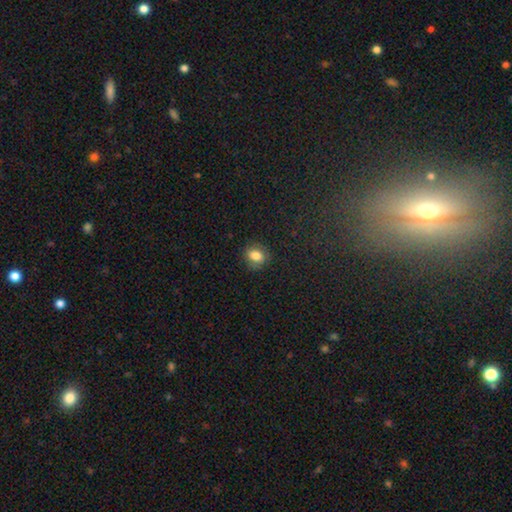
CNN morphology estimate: This is clearly a smooth galaxy (80%). How rounded: possibly round (53%). Merging: clearly none (84%).